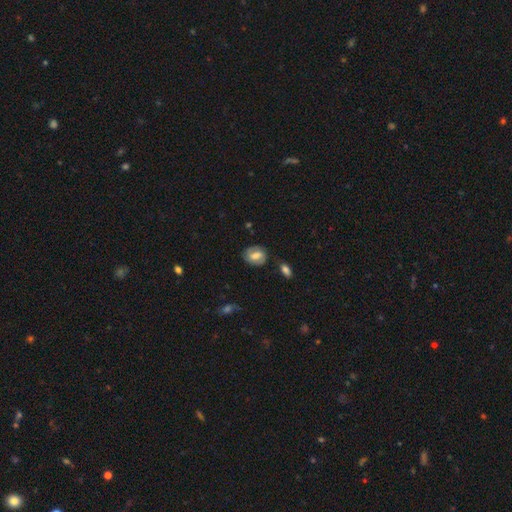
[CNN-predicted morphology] Smooth or featured? smooth (47%)
Merging? none (74%)